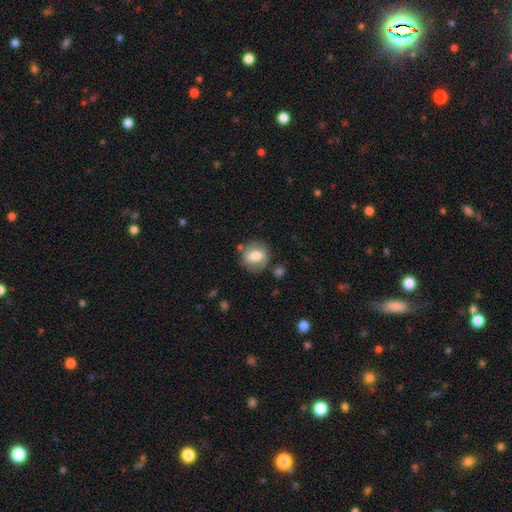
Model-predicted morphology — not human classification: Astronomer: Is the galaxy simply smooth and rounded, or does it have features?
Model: smooth — 57% (runner-up: featured or disk, 35%).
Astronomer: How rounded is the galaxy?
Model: round — 58% (runner-up: in between, 40%).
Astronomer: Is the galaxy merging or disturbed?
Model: none — 71%.